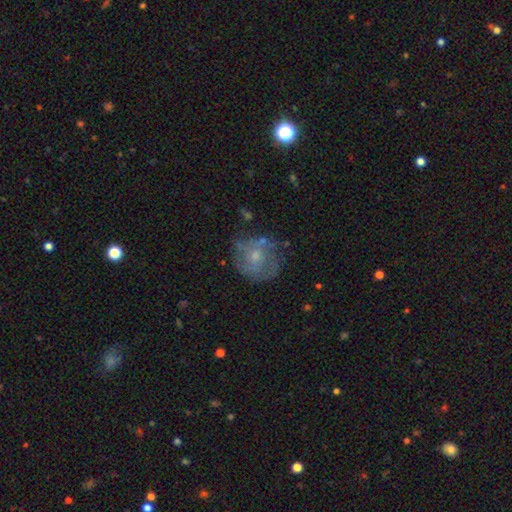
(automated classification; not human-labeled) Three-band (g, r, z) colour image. It shows a featured or disk galaxy (51%). Merging: none (64%).